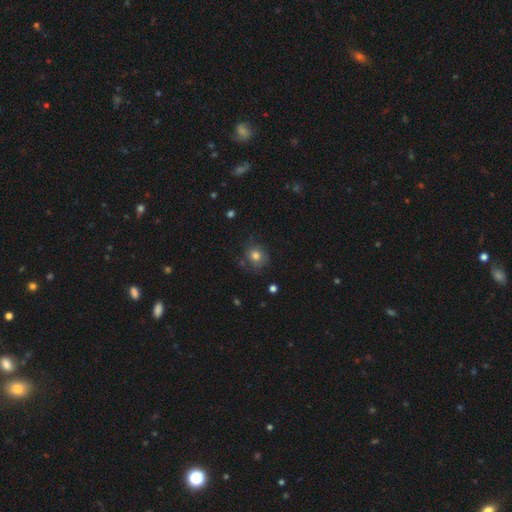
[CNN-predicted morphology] A smooth galaxy with no disk features (76%) that is round (80%).

Vote fractions:
- Smooth or featured? smooth: 76% / featured or disk: 12% / star or artifact: 11%
- How rounded? round: 80% / in between: 19% / cigar-shaped: 1%
- Merging? none: 70% / minor disturbance: 20% / major disturbance: 7% / merger: 3%